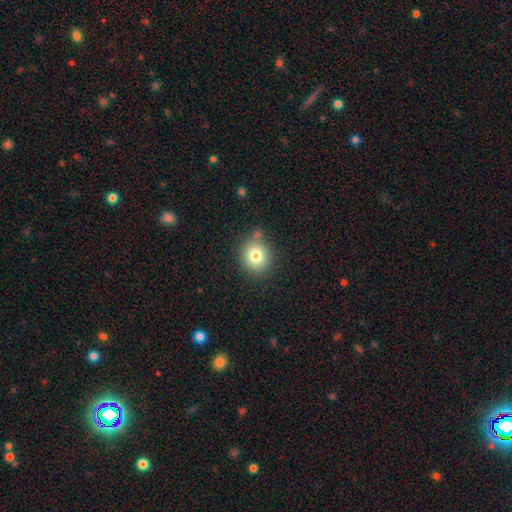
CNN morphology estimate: Smooth or featured?
  - smooth: 80% *
  - star or artifact: 11%
  - featured or disk: 9%
How rounded?
  - round: 79% *
  - in between: 20%
  - cigar-shaped: 1%
Merging?
  - none: 77% *
  - minor disturbance: 14%
  - merger: 6%
  - major disturbance: 4%